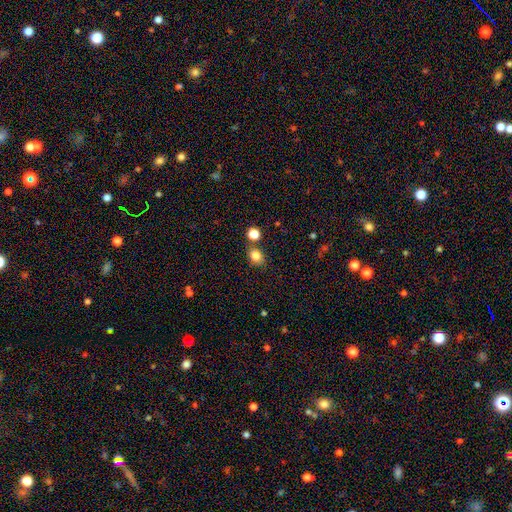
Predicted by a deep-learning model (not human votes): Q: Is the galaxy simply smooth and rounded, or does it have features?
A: smooth — 82%.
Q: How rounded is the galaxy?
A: in between — 52%.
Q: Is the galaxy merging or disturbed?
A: none — 74%.